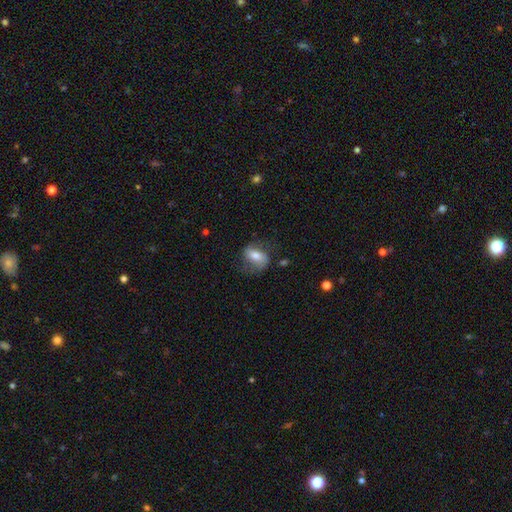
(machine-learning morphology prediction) A smooth galaxy with no disk features (55%) that is in between round and cigar-shaped (77%).

Vote fractions:
- Smooth or featured? smooth: 55% / featured or disk: 37% / star or artifact: 8%
- How rounded? in between: 77% / round: 19% / cigar-shaped: 3%
- Merging? none: 62% / minor disturbance: 23% / major disturbance: 13% / merger: 2%